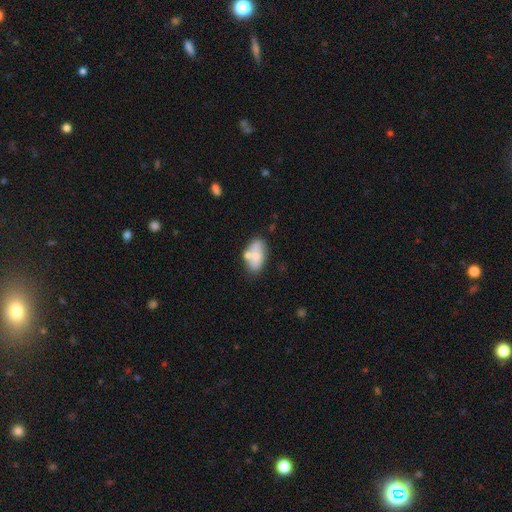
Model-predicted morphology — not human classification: smooth-or-featured: smooth: 58% | featured or disk: 34% | star or artifact: 7%
  how-rounded: in between: 91% | round: 7% | cigar-shaped: 3%
  merging: none: 51% | merger: 23% | minor disturbance: 20% | major disturbance: 6%